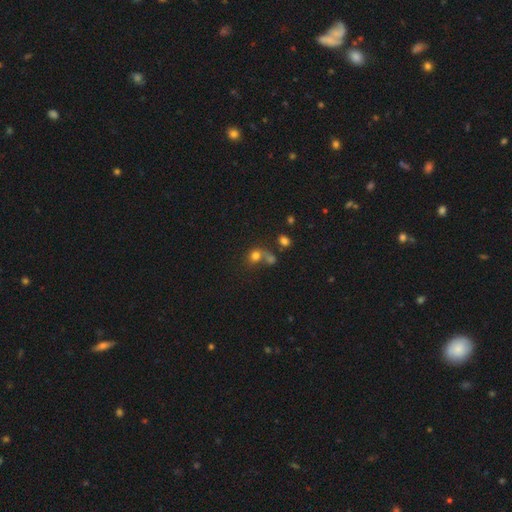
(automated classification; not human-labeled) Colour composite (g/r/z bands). It shows a smooth galaxy with no disk features (74%) that is round (70%). Merging: merger (42%).